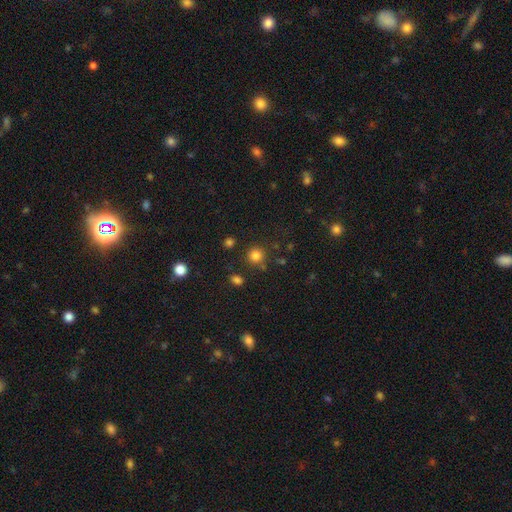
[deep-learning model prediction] smooth-or-featured: smooth: 81% | star or artifact: 14% | featured or disk: 5%
  how-rounded: round: 92% | in between: 7% | cigar-shaped: 1%
  merging: none: 82% | minor disturbance: 9% | merger: 5% | major disturbance: 3%